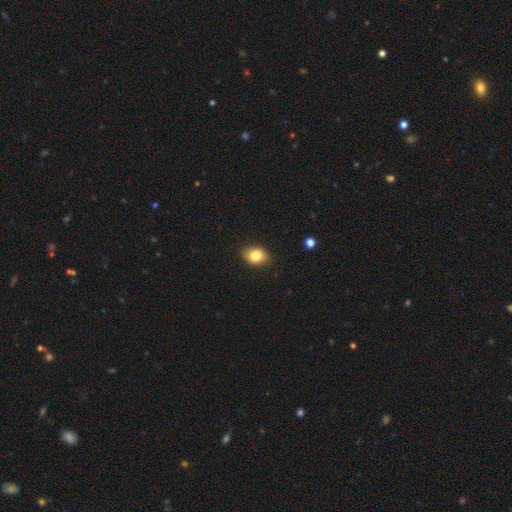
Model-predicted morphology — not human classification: Overall: smooth (81%). How rounded: in between (62%; round 37%). Merging: none (85%).